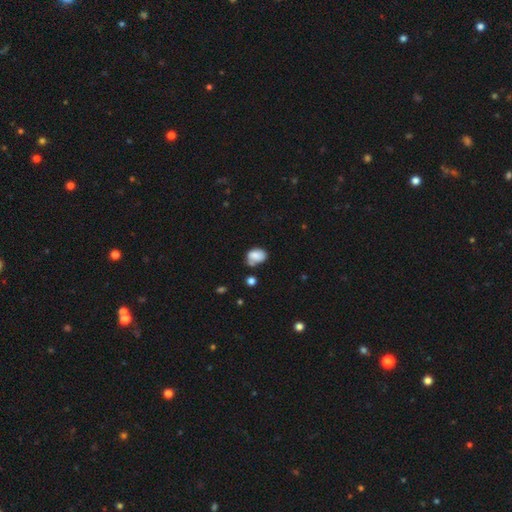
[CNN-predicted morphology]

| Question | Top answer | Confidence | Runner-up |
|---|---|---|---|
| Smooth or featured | smooth | 67% | featured or disk (24%) |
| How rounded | in between | 72% | round (27%) |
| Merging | none | 44% | minor disturbance (29%) |